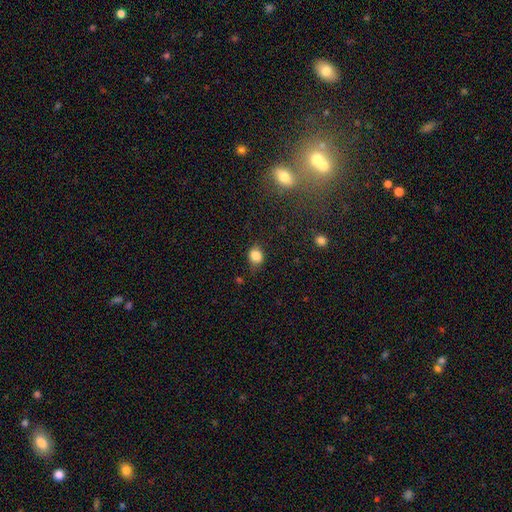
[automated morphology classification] smooth_or_featured: smooth (p=0.84) [alt: star or artifact p=0.10]
how_rounded: round (p=0.58) [alt: in between p=0.41]
merging: none (p=0.73) [alt: minor disturbance p=0.20]